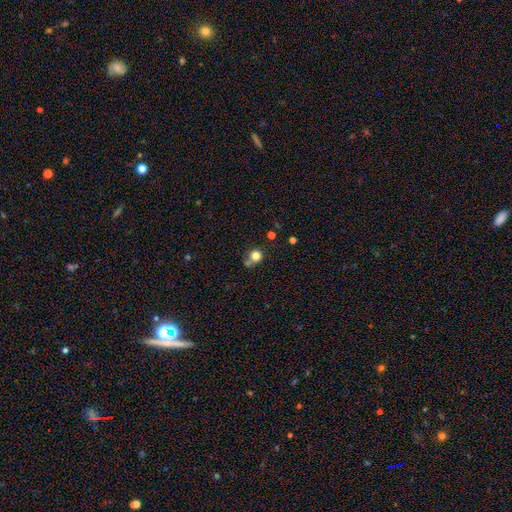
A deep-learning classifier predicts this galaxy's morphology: This is likely a smooth galaxy (80%). How rounded: clearly round (85%). Merging: possibly none (55%).